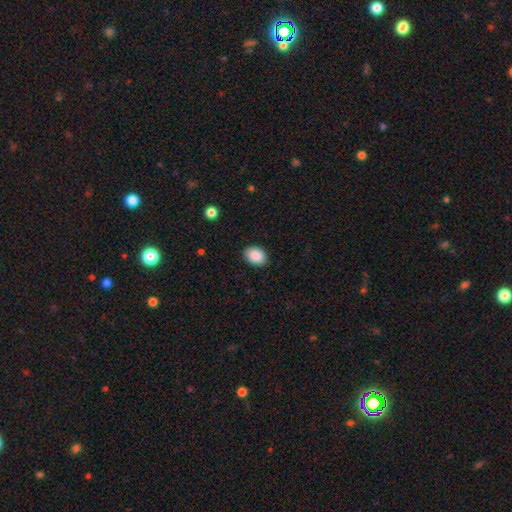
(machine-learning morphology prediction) A smooth galaxy with no disk features (89%) that is in between round and cigar-shaped (67%).

Vote fractions:
- Smooth or featured? smooth: 89% / star or artifact: 8% / featured or disk: 3%
- How rounded? in between: 67% / round: 32% / cigar-shaped: 1%
- Merging? none: 88% / minor disturbance: 9% / major disturbance: 2% / merger: 1%